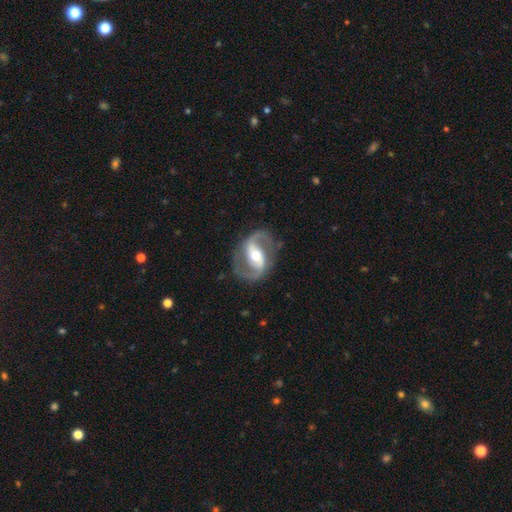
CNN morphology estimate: This appears to be a featured or disk galaxy (91%) with a strong bar (43%), 2 (94%) medium (54%) spiral arms (96%) and a moderate central bulge (69%). Merging: none (82%).